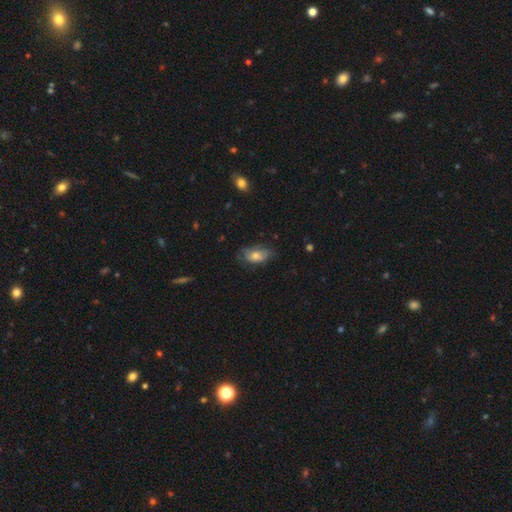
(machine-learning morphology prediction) Smooth or featured? smooth (63%)
How rounded? in between (89%)
Merging? none (59%)